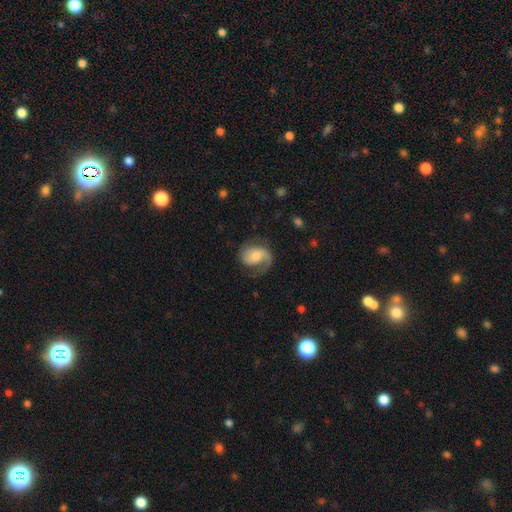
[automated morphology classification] This is likely a featured or disk galaxy (77%). It is clearly not viewed edge-on (98%). Bar: possibly no (54%). Spiral arm pattern: clearly yes (95%). Spiral arm count: possibly 2 (47%, tied with 1). Spiral winding: marginally medium (44%). Central bulge: possibly moderate (47%). Merging: possibly none (58%).